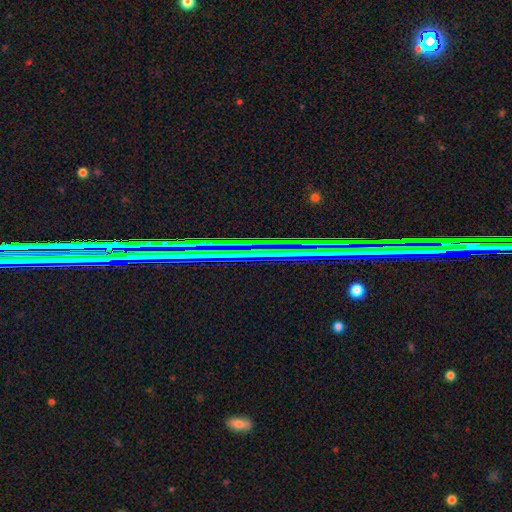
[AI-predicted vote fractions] smooth_or_featured: star or artifact (p=0.80) [alt: featured or disk p=0.12]